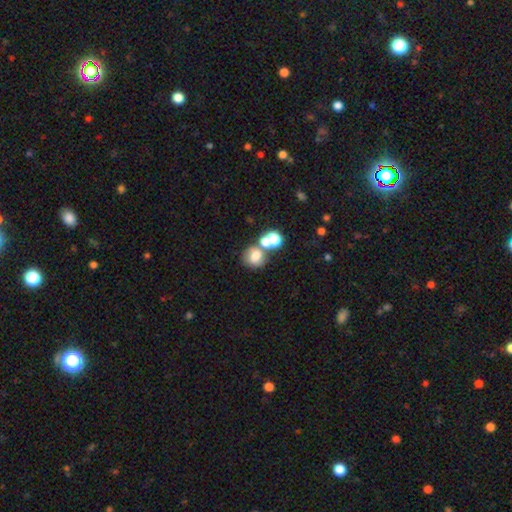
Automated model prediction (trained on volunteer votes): Smooth or featured: smooth — 65% (featured or disk — 21%)
How rounded: round — 73% (in between — 26%)
Merging: none — 42% (merger — 41%)